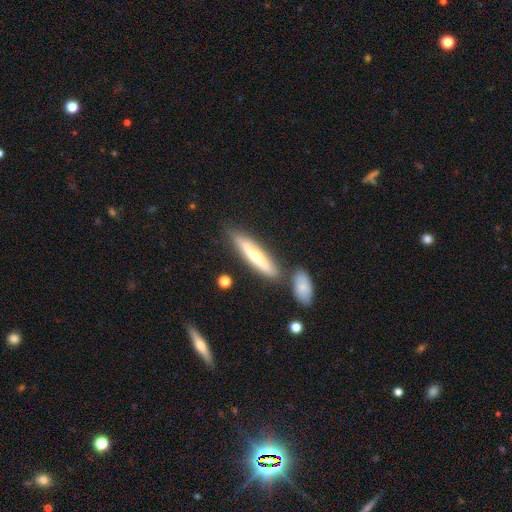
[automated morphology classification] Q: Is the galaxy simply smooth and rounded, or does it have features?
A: featured or disk — 50%.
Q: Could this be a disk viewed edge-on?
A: yes — 86%.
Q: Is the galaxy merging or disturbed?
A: none — 73%.